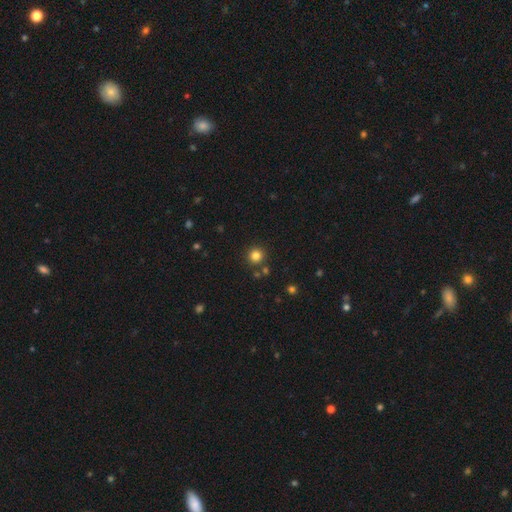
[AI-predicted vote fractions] Smooth or featured?
  - smooth: 81% *
  - star or artifact: 14%
  - featured or disk: 5%
How rounded?
  - round: 94% *
  - in between: 5%
  - cigar-shaped: 1%
Merging?
  - none: 85% *
  - minor disturbance: 6%
  - merger: 6%
  - major disturbance: 2%